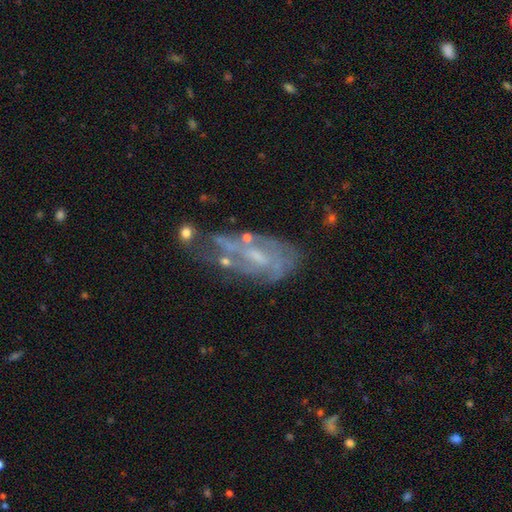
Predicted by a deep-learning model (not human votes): smooth-or-featured: featured or disk: 72% | smooth: 18% | star or artifact: 10%
  disk-edge-on: no: 92% | yes: 8%
    bar: no: 49% | weak: 41% | strong: 10%
    has-spiral-arms: yes: 60% | no: 40%
    bulge-size: small: 47% | moderate: 29% | none: 21% | large: 2% | dominant: 1%
  merging: none: 40% | minor disturbance: 25% | major disturbance: 24% | merger: 11%